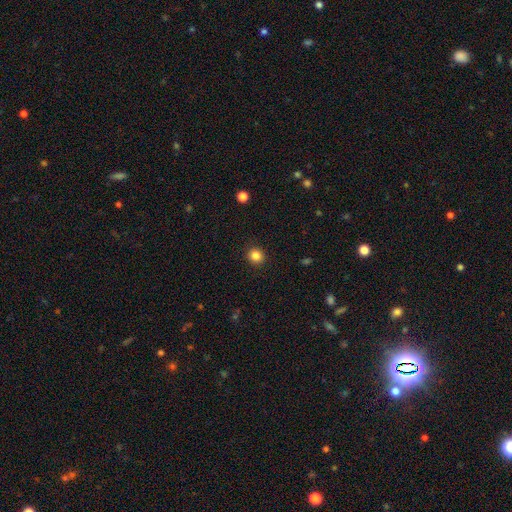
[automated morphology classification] smooth 85%, star or artifact 11%, featured or disk 4%. Down the decision tree: how rounded — round (87%); merging — none (91%).